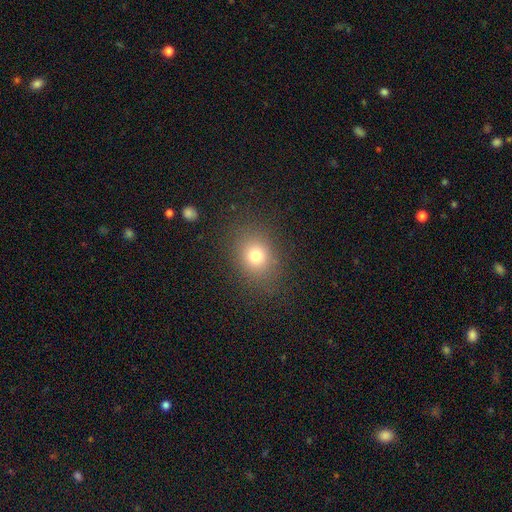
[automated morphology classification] The model was most divided on "how rounded": round: 60%, in between: 39%, cigar-shaped: 1%. More confident: merging — none (83%); smooth or featured — smooth (76%).